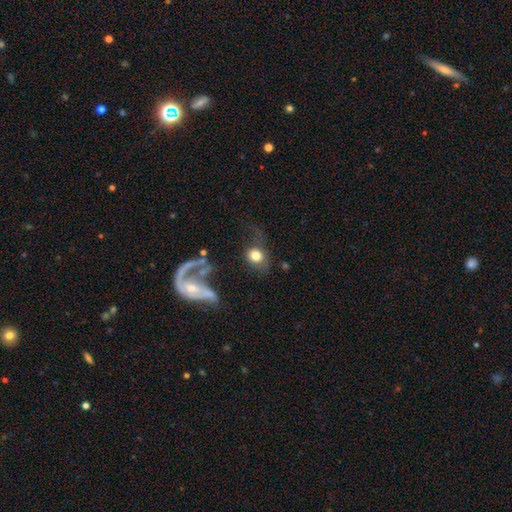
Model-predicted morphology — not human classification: Q: Smooth or featured?
A: smooth (72%); runner-up: featured or disk (19%)
Q: How rounded?
A: round (67%); runner-up: in between (31%)
Q: Merging?
A: none (44%); runner-up: major disturbance (27%)